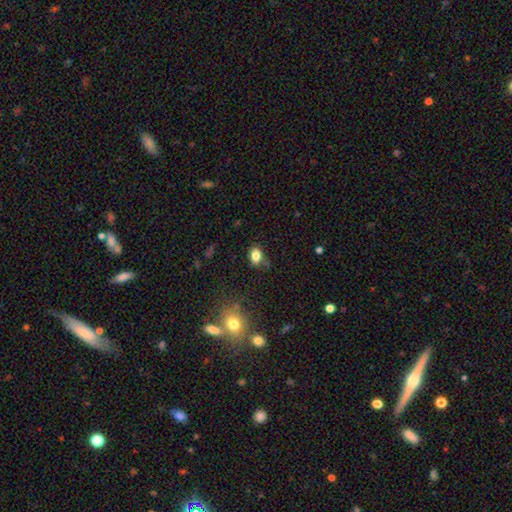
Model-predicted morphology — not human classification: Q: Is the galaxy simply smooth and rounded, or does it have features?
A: smooth — 82%.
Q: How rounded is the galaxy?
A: in between — 78%.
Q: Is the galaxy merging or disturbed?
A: none — 78%.